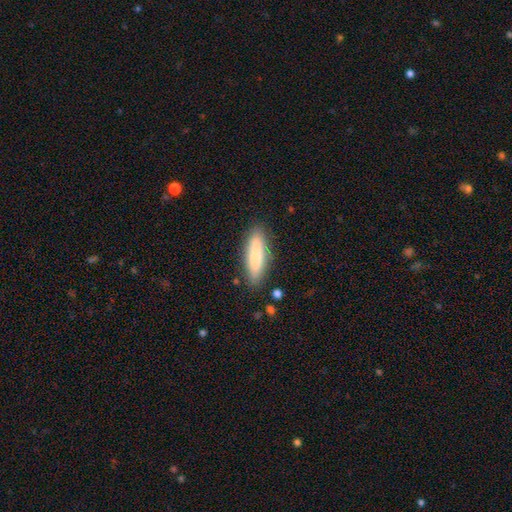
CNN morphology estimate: The model was most divided on "how rounded": cigar-shaped: 61%, in between: 37%, round: 2%. More confident: merging — none (84%); smooth or featured — smooth (81%).